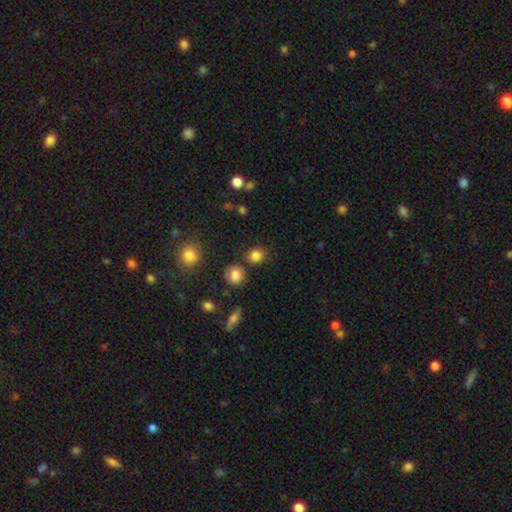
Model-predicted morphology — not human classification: Q: Smooth or featured?
A: smooth (83%); runner-up: star or artifact (12%)
Q: How rounded?
A: round (80%); runner-up: in between (19%)
Q: Merging?
A: none (80%); runner-up: minor disturbance (9%)